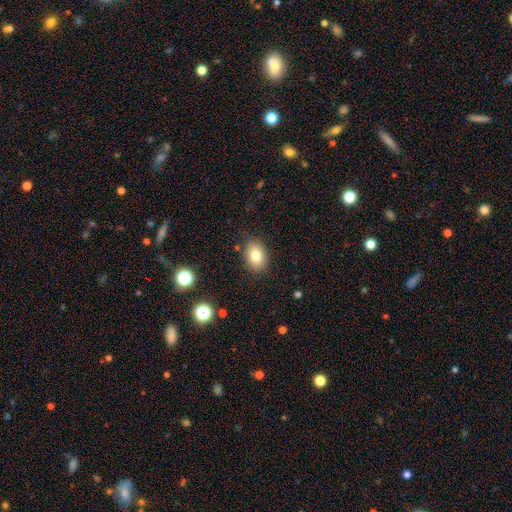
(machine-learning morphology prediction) Smooth or featured?
  - smooth: 80% *
  - featured or disk: 10%
  - star or artifact: 10%
How rounded?
  - in between: 79% *
  - round: 20%
  - cigar-shaped: 1%
Merging?
  - none: 85% *
  - minor disturbance: 10%
  - major disturbance: 3%
  - merger: 1%